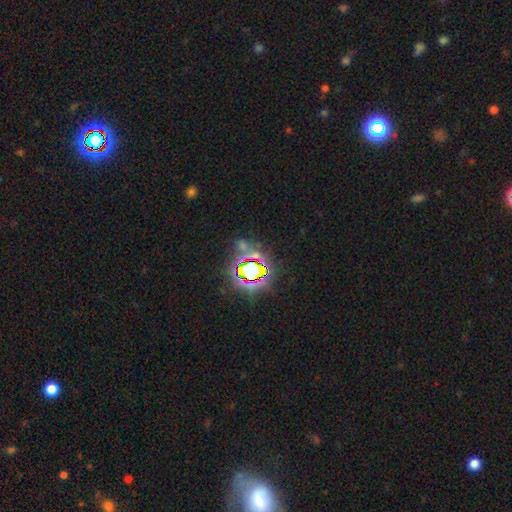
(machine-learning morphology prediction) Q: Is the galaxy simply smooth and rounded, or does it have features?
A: star or artifact — 73%.